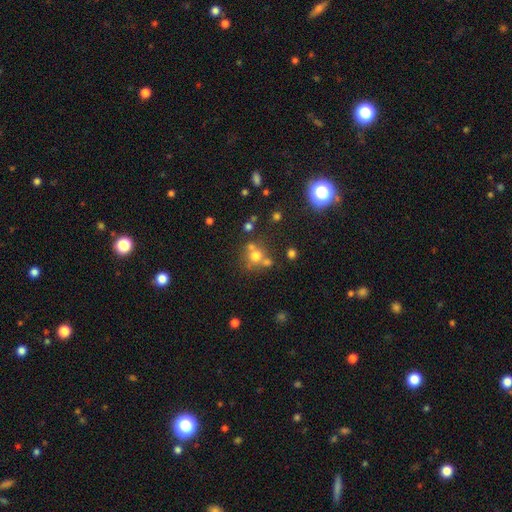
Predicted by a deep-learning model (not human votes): Smooth or featured? smooth (63%)
How rounded? round (83%)
Merging? none (54%)